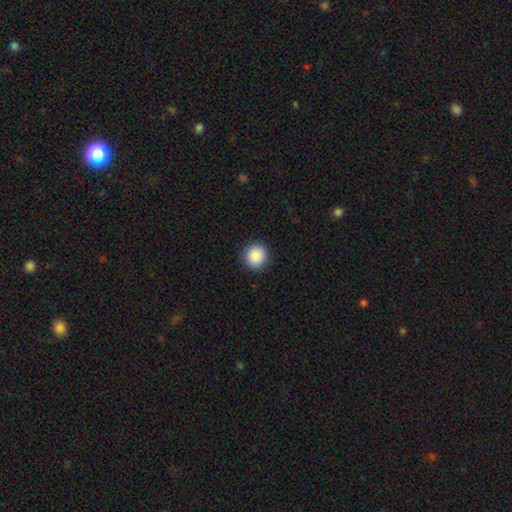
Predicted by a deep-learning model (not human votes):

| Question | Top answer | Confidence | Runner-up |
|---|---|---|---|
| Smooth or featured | smooth | 89% | star or artifact (8%) |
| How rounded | round | 94% | in between (5%) |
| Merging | none | 92% | minor disturbance (6%) |